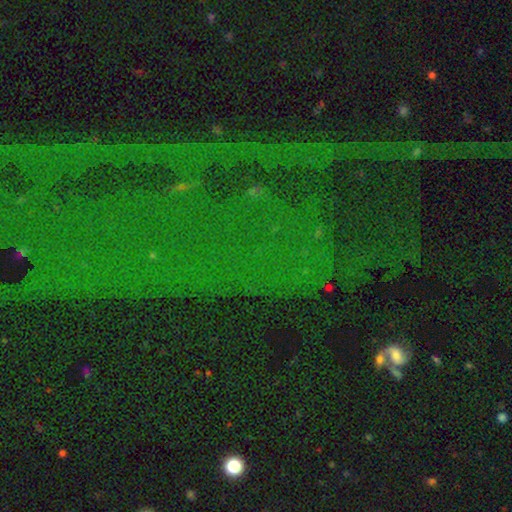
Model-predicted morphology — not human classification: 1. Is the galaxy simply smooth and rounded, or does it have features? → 84% star or artifact, 9% featured or disk, 8% smooth.